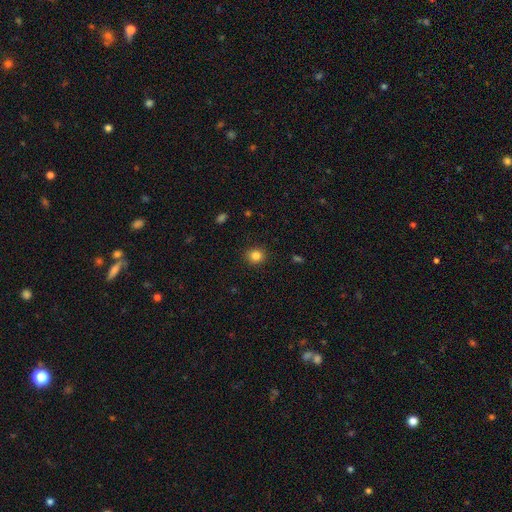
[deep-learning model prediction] This is clearly a smooth galaxy (84%). How rounded: clearly round (81%). Merging: clearly none (90%).